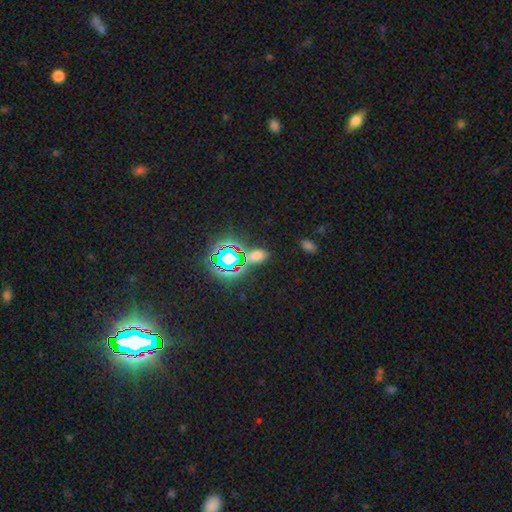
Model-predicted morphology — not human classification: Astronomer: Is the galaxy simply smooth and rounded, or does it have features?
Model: smooth — 52% (runner-up: star or artifact, 41%).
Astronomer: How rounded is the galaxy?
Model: in between — 82%.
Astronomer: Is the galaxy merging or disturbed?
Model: none — 74%.